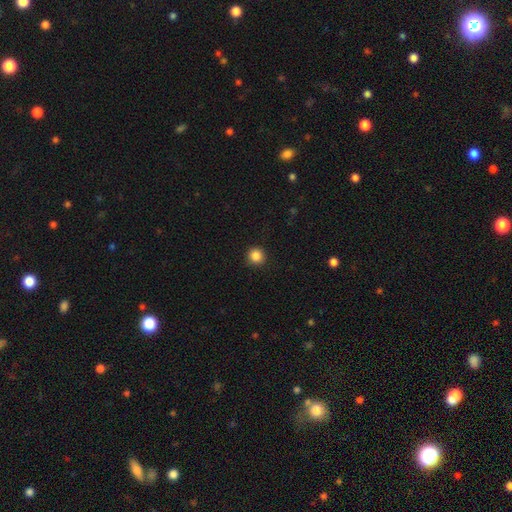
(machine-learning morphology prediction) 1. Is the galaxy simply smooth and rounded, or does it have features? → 86% smooth, 11% star or artifact, 3% featured or disk.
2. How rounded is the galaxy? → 94% round, 5% in between, 1% cigar-shaped.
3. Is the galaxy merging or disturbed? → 92% none, 5% minor disturbance, 2% major disturbance, 1% merger.